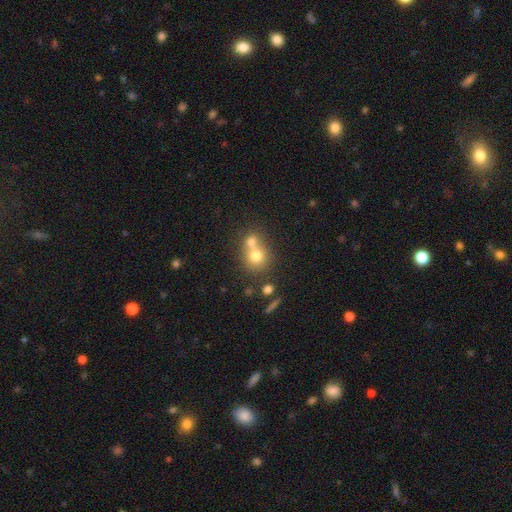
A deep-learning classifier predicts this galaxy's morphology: A smooth galaxy with no disk features (69%) that is round (79%). Merging: merger (57%).